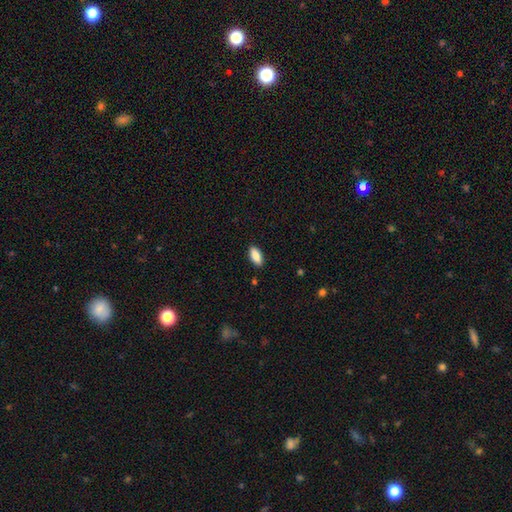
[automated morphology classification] type=smooth (87%); roundness=in between (84%); merging=none (89%).